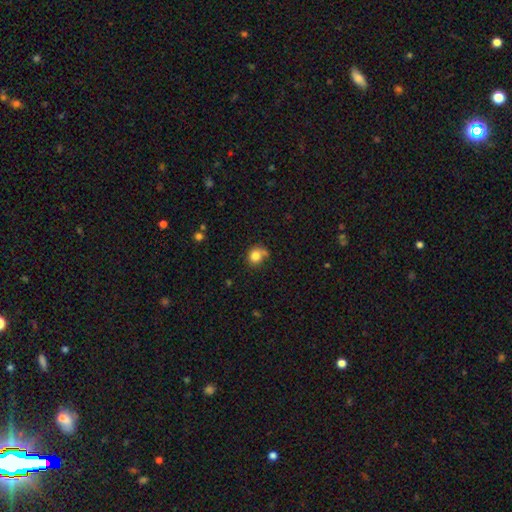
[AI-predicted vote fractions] Smooth or featured? Predicted: smooth (p=0.81). How rounded? Predicted: round (p=0.78). Merging? Predicted: none (p=0.58).